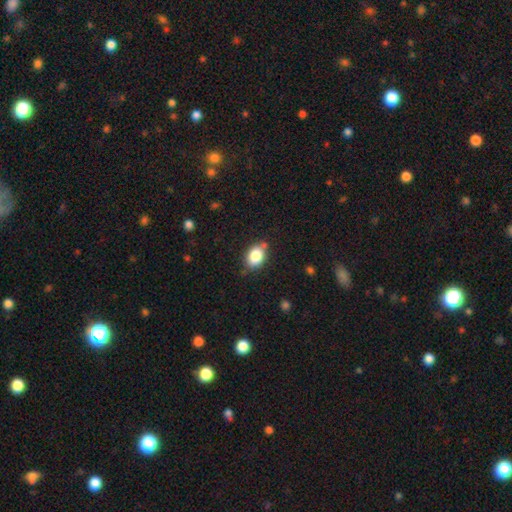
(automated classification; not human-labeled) Smooth or featured? smooth (84%)
How rounded? in between (74%)
Merging? none (74%)